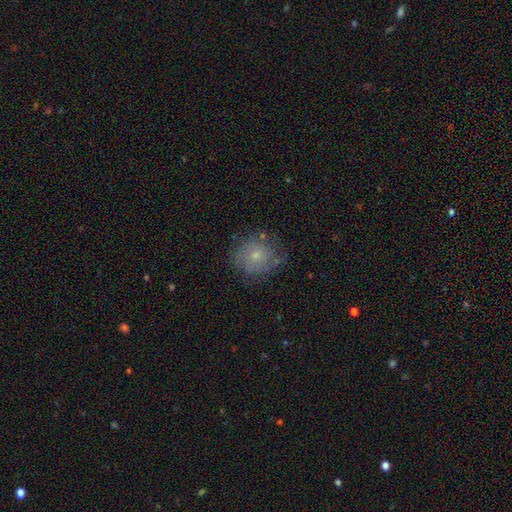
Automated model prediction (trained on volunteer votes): This is possibly a smooth galaxy (59%). How rounded: clearly round (81%). Merging: likely none (66%).